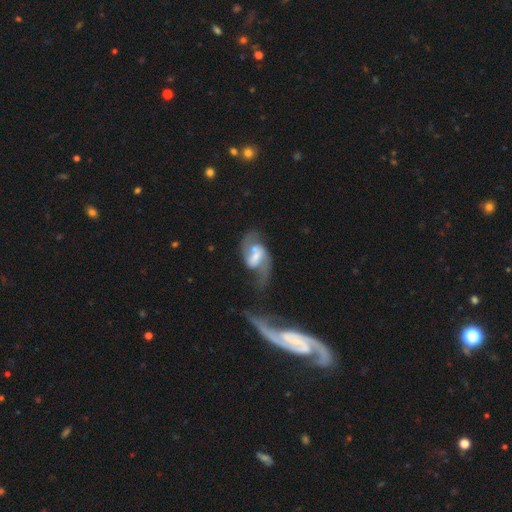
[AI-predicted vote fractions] Morphology: type=featured or disk (76%); edge-on=no (97%); bar=weak (46%); spiral arms=yes (87%); winding=loose (53%); arm count=2 (84%); bulge=moderate (35%); merging=none (33%).